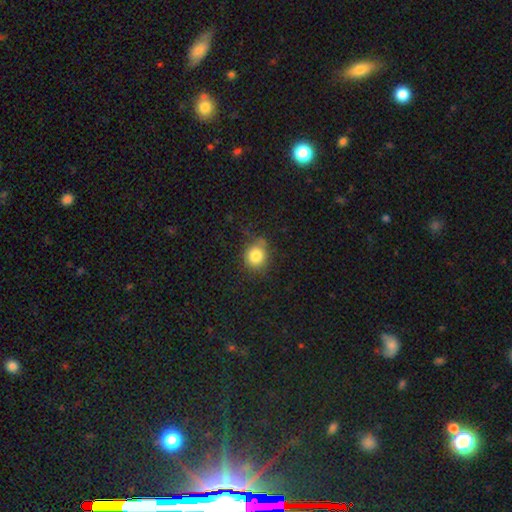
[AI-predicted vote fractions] Q: Smooth or featured?
A: smooth (82%); runner-up: star or artifact (11%)
Q: How rounded?
A: round (79%); runner-up: in between (20%)
Q: Merging?
A: none (74%); runner-up: minor disturbance (19%)